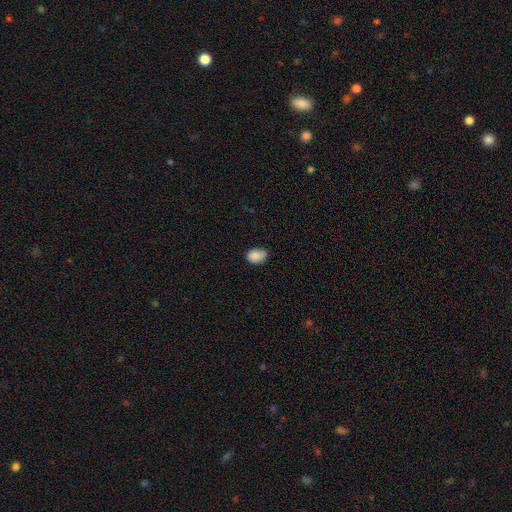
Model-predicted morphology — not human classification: Smooth or featured?
  - smooth: 88% *
  - star or artifact: 8%
  - featured or disk: 4%
How rounded?
  - in between: 76% *
  - round: 23%
  - cigar-shaped: 1%
Merging?
  - none: 70% *
  - minor disturbance: 25%
  - major disturbance: 4%
  - merger: 1%